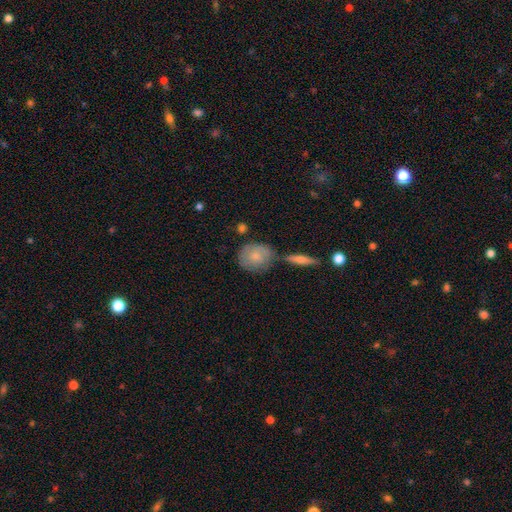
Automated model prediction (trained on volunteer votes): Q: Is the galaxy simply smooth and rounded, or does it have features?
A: smooth — 64%.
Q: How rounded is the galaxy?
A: round — 70%.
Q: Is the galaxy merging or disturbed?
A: none — 61%.